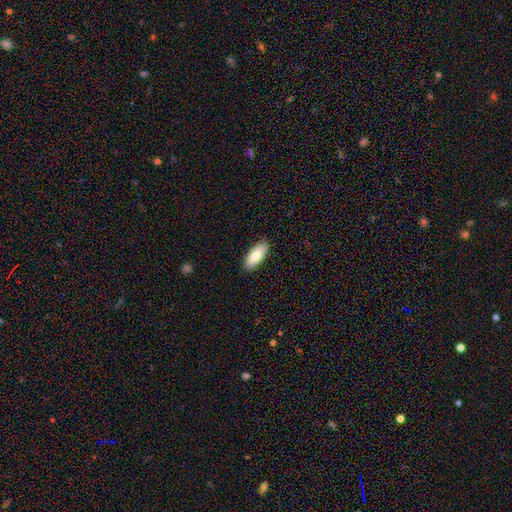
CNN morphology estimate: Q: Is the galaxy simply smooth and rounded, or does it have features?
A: smooth — 80%.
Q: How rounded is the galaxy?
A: in between — 84%.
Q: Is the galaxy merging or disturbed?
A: none — 90%.